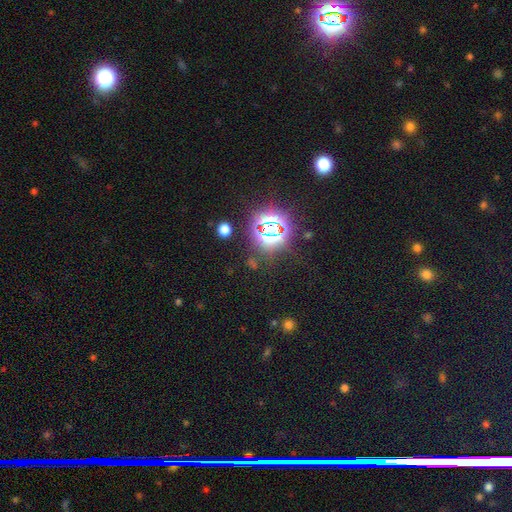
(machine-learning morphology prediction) Q: Smooth or featured?
A: star or artifact (77%); runner-up: smooth (17%)